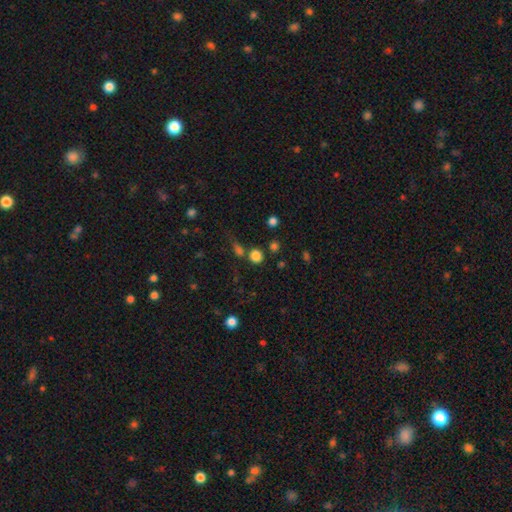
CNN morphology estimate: Smooth or featured? smooth (80%)
How rounded? round (83%)
Merging? none (69%)